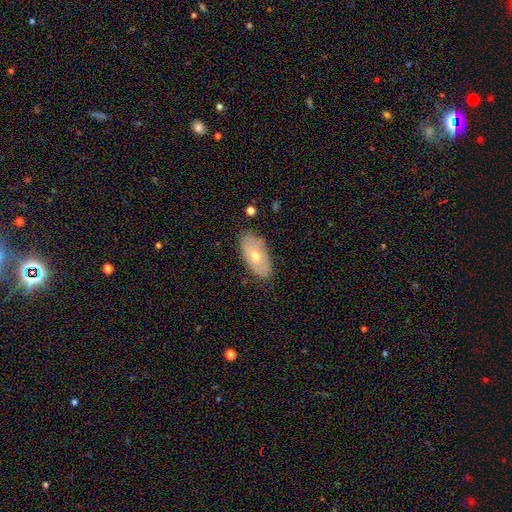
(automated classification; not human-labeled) A smooth galaxy with no disk features (54%) that is in between round and cigar-shaped (92%).

Vote fractions:
- Smooth or featured? smooth: 54% / featured or disk: 39% / star or artifact: 7%
- How rounded? in between: 92% / round: 4% / cigar-shaped: 4%
- Merging? none: 80% / minor disturbance: 15% / major disturbance: 3% / merger: 1%